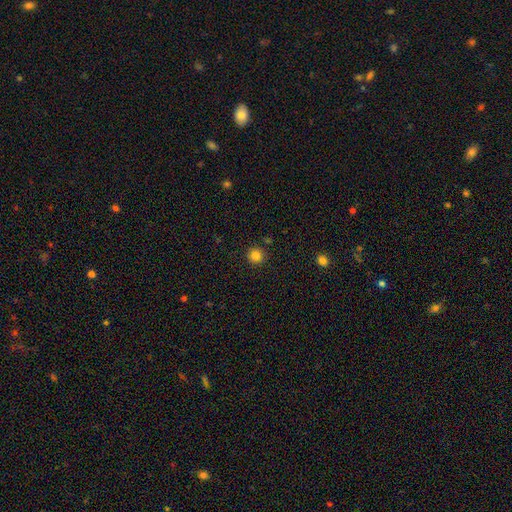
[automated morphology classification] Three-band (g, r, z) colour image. It shows a smooth galaxy with no disk features (83%) that is round (94%). Merging: none (89%).